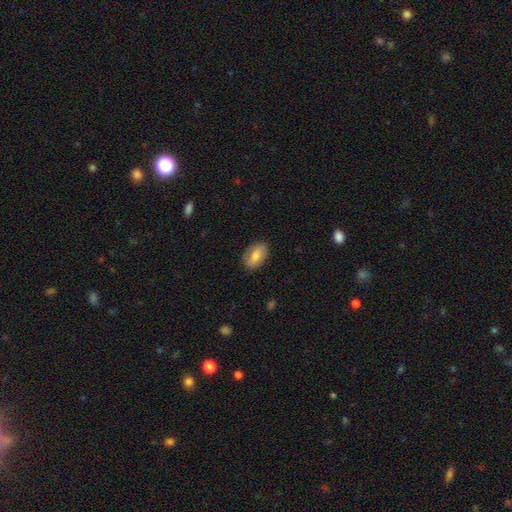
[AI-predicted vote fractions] Overall: smooth (69%). How rounded: in between (89%). Merging: none (84%).